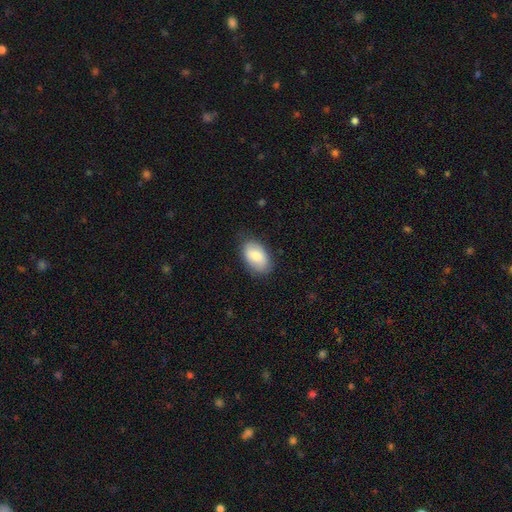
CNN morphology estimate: Smooth or featured: smooth — 79% (featured or disk — 15%)
How rounded: in between — 92% (round — 7%)
Merging: none — 79% (minor disturbance — 16%)